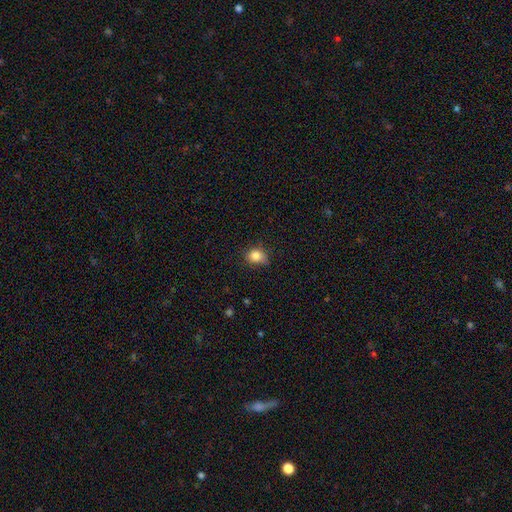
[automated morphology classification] Smooth or featured?
  - smooth: 83% *
  - star or artifact: 10%
  - featured or disk: 6%
How rounded?
  - round: 60% *
  - in between: 39%
  - cigar-shaped: 1%
Merging?
  - none: 63% *
  - minor disturbance: 29%
  - major disturbance: 6%
  - merger: 2%